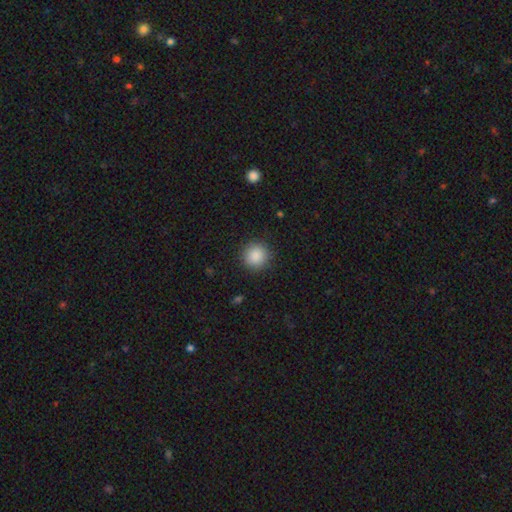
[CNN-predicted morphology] Overall: smooth (88%). How rounded: round (93%). Merging: none (90%).